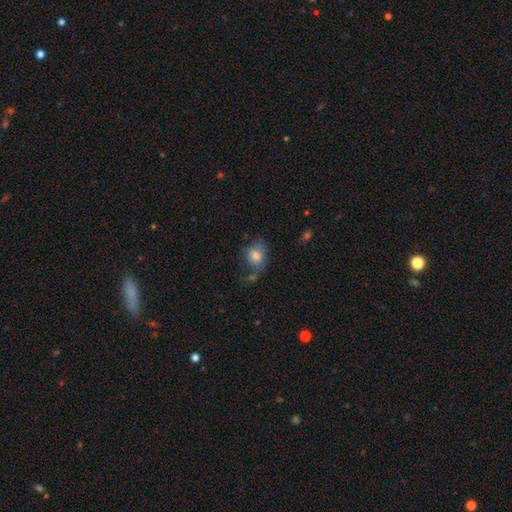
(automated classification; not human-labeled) Smooth or featured? smooth (74%)
How rounded? in between (58%)
Merging? none (46%)